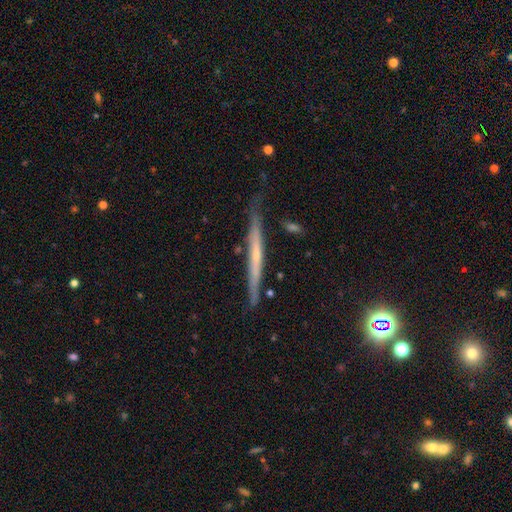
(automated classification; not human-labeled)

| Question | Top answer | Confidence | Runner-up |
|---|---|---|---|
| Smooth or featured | featured or disk | 61% | smooth (32%) |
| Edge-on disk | yes | 95% | no (5%) |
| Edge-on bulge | none | 73% | rounded (21%) |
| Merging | none | 77% | minor disturbance (18%) |